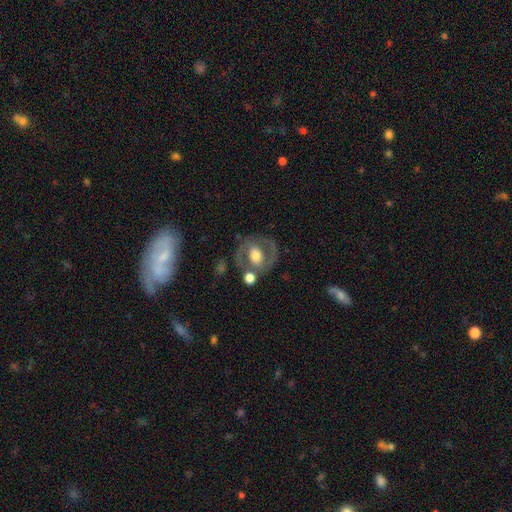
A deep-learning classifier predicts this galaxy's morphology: The model was most divided on "spiral arms": yes: 56%, no: 44%. More confident: edge-on disk — no (96%); merging — none (67%); smooth or featured — featured or disk (64%); bulge size — moderate (61%); bar — no (57%).